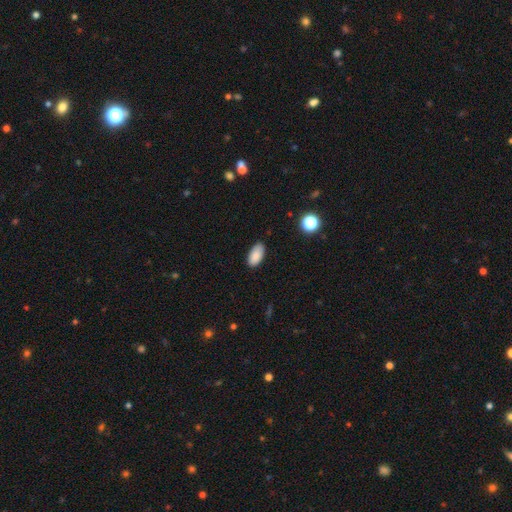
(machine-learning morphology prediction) Smooth or featured? smooth (88%)
How rounded? in between (94%)
Merging? none (86%)